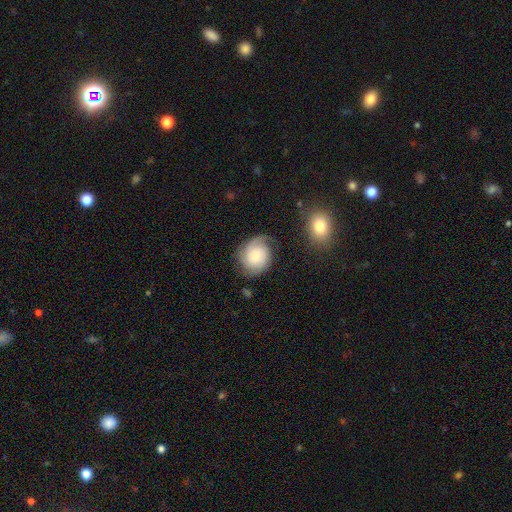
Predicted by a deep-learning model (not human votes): Smooth or featured: featured or disk — 63% (smooth — 30%)
Edge-on disk: no — 98% (yes — 2%)
Bar: no — 77% (weak — 20%)
Spiral arms: yes — 93% (no — 7%)
Spiral winding: tight — 55% (medium — 33%)
Spiral arm count: 2 — 37% (3 — 24%)
Bulge size: small — 50% (moderate — 33%)
Merging: none — 69% (minor disturbance — 20%)